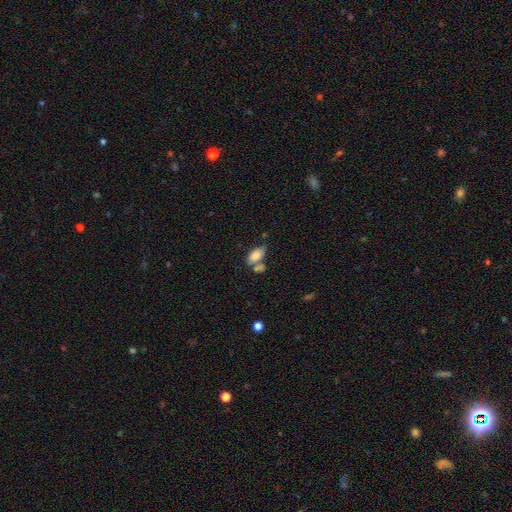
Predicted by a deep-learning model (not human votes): Q: Smooth or featured?
A: smooth (82%); runner-up: featured or disk (10%)
Q: How rounded?
A: in between (93%); runner-up: cigar-shaped (4%)
Q: Merging?
A: none (43%); runner-up: merger (36%)